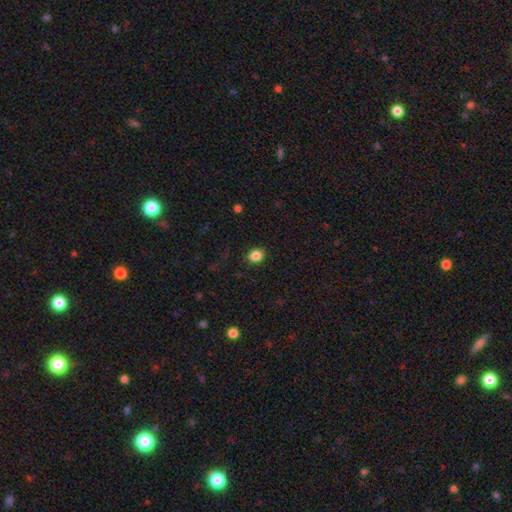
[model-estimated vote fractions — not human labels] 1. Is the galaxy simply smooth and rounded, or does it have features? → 85% smooth, 11% star or artifact, 4% featured or disk.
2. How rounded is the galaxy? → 65% round, 34% in between, 1% cigar-shaped.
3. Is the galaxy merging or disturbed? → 89% none, 8% minor disturbance, 2% major disturbance, 1% merger.